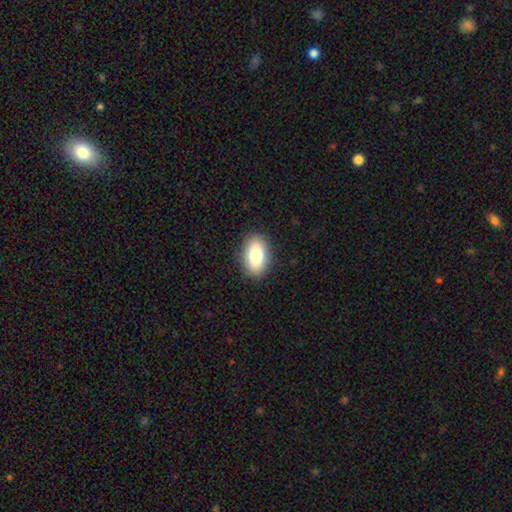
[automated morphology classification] type=smooth (79%); roundness=in between (89%); merging=none (88%).